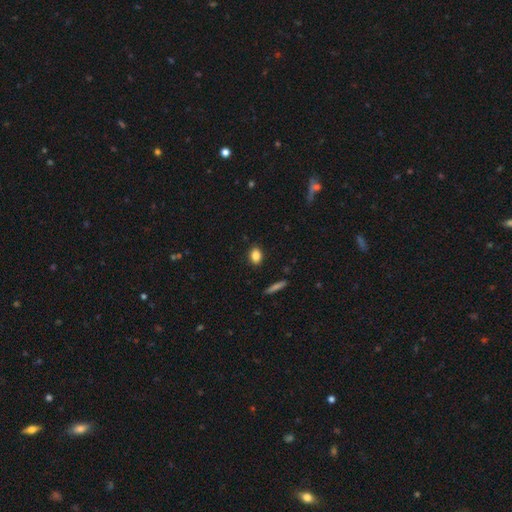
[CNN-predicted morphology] Smooth or featured? Predicted: smooth (p=0.85). How rounded? Predicted: in between (p=0.66). Merging? Predicted: none (p=0.89).